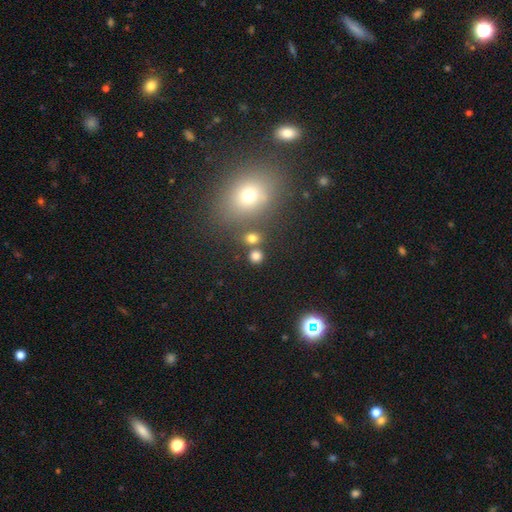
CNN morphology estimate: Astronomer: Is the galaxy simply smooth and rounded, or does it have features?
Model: smooth — 78%.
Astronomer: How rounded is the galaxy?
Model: round — 82%.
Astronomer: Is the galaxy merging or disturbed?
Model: none — 74%.